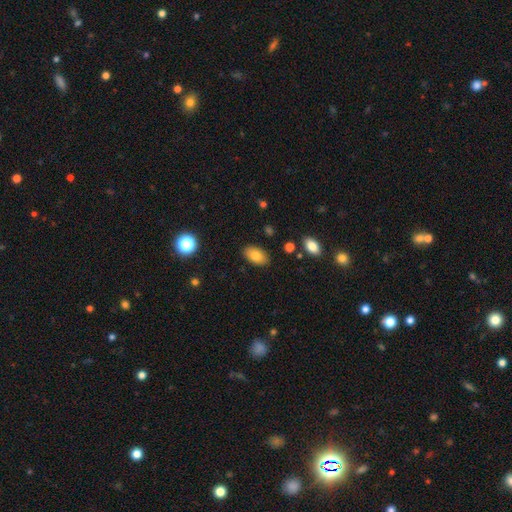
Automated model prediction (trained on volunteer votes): This appears to be a smooth galaxy with no disk features (80%) that is in between round and cigar-shaped (93%). Merging: none (86%).